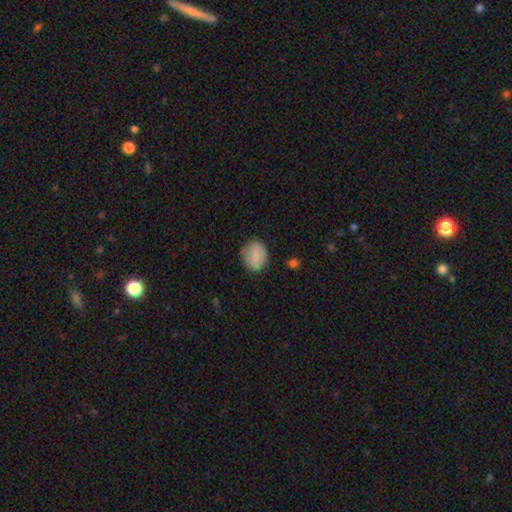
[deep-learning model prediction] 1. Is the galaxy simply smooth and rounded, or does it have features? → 86% smooth, 8% star or artifact, 7% featured or disk.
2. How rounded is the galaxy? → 66% round, 33% in between, 1% cigar-shaped.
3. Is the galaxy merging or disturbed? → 79% none, 16% minor disturbance, 4% major disturbance, 1% merger.